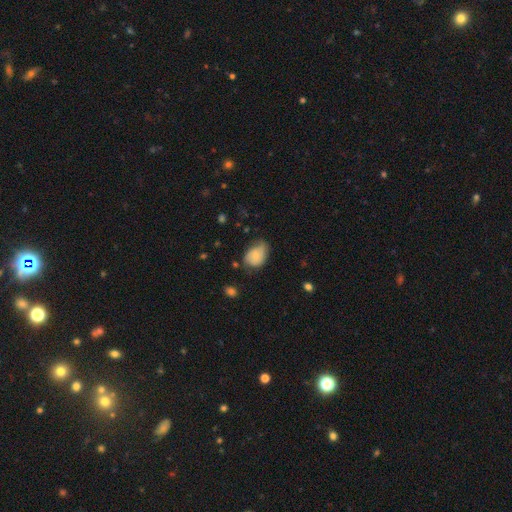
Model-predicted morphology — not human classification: smooth 62%, featured or disk 30%, star or artifact 8%. Down the decision tree: how rounded — in between (76%); merging — none (49%).